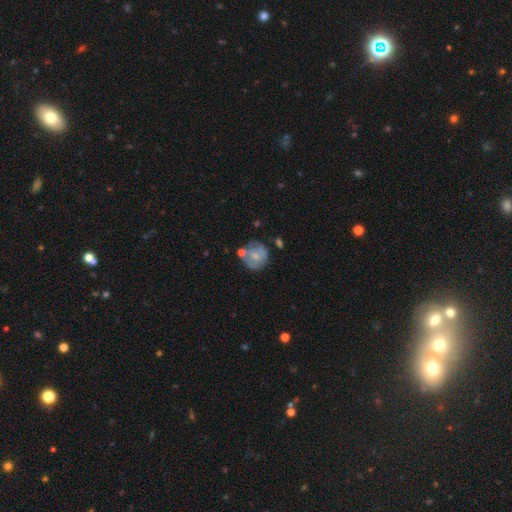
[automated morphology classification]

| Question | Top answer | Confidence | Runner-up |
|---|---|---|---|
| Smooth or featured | smooth | 48% | featured or disk (44%) |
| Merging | none | 51% | minor disturbance (23%) |